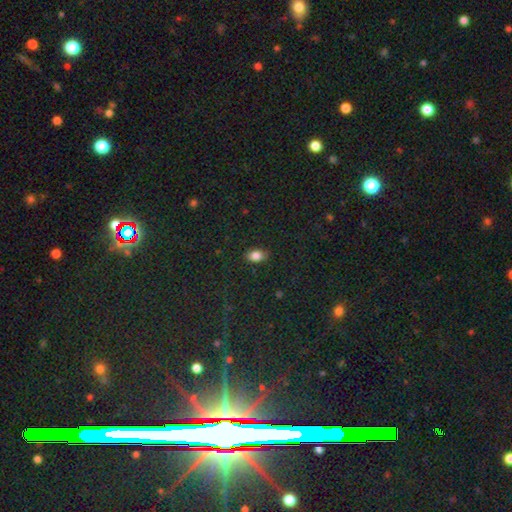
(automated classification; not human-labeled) smooth-or-featured: smooth: 84% | star or artifact: 10% | featured or disk: 6%
  how-rounded: in between: 84% | round: 14% | cigar-shaped: 2%
  merging: none: 86% | minor disturbance: 11% | major disturbance: 3% | merger: 1%